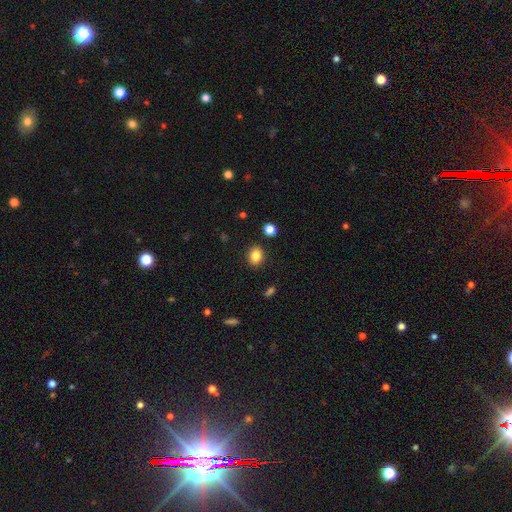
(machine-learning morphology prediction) Smooth or featured? smooth (85%)
How rounded? in between (57%)
Merging? none (87%)